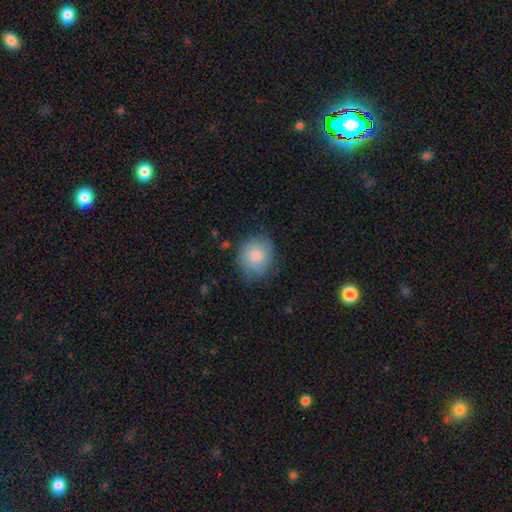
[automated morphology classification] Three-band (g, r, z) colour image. It shows a smooth galaxy with no disk features (78%) that is round (83%). Merging: none (69%).